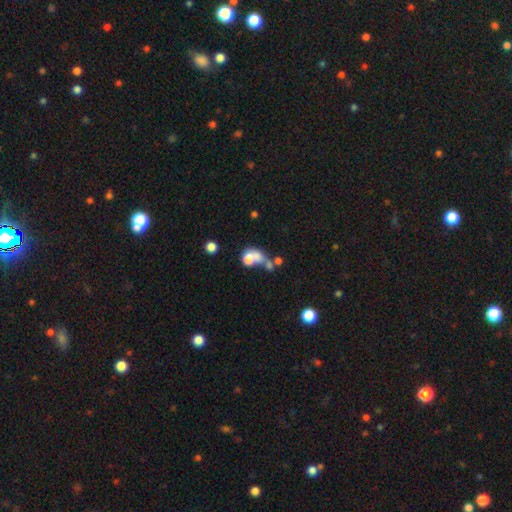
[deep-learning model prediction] smooth 61%, featured or disk 26%, star or artifact 13%. Down the decision tree: how rounded — in between (57%); merging — merger (55%).